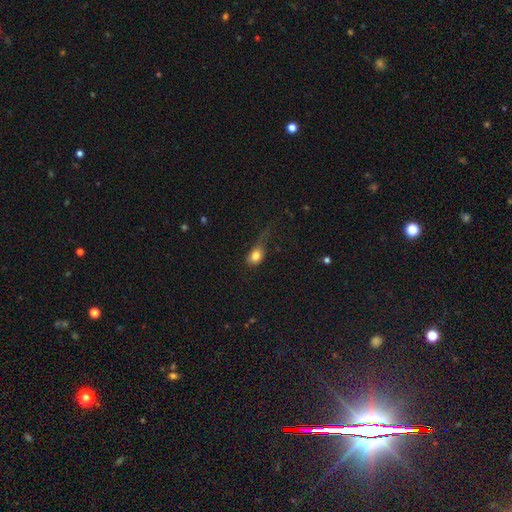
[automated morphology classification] Smooth or featured? smooth (80%)
How rounded? in between (67%)
Merging? major disturbance (37%)